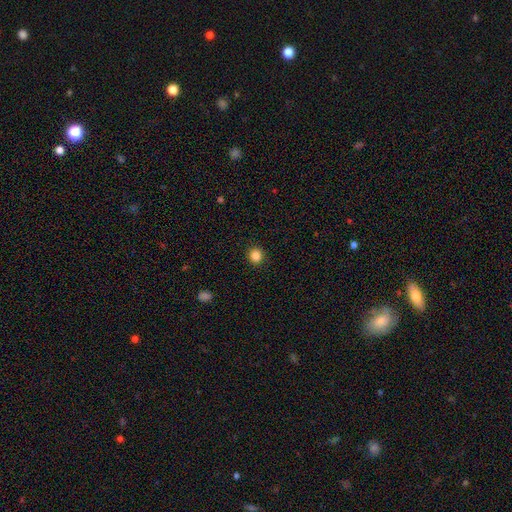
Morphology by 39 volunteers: This is clearly a smooth galaxy (87%). How rounded: likely round (79%). Merging: clearly none (97%).